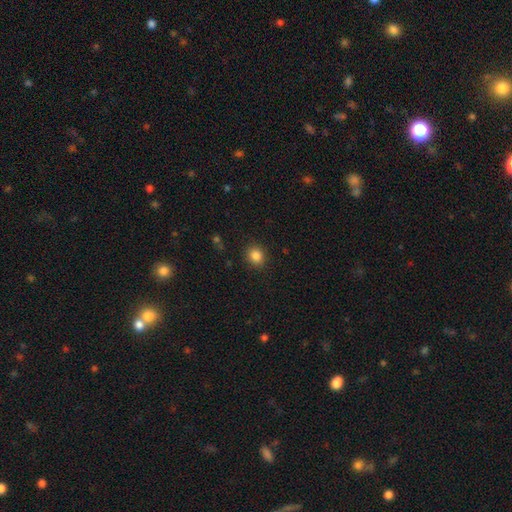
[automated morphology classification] smooth 85%, star or artifact 11%, featured or disk 4%. Down the decision tree: how rounded — round (71%); merging — none (89%).